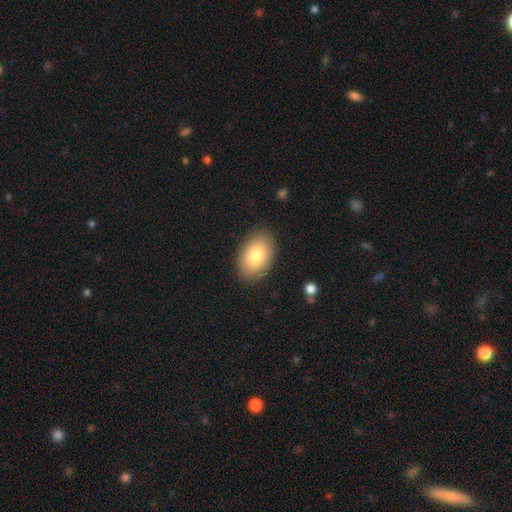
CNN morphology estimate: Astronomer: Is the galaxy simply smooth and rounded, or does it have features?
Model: smooth — 80%.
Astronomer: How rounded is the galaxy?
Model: in between — 91%.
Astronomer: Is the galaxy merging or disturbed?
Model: none — 86%.